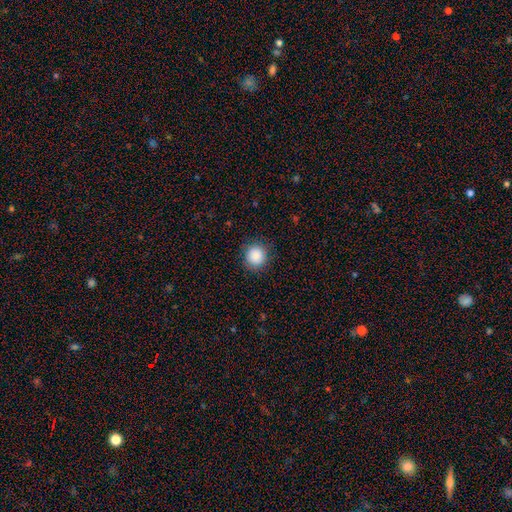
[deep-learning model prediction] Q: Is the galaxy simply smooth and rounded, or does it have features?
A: smooth — 87%.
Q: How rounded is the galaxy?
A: round — 93%.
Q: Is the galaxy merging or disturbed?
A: none — 88%.